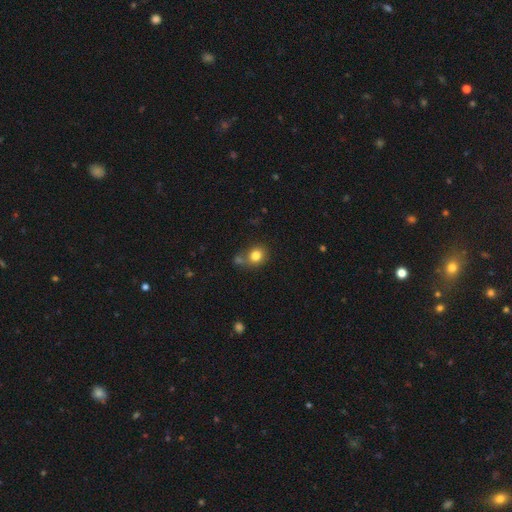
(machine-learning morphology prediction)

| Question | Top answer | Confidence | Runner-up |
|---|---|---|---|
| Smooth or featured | smooth | 81% | star or artifact (11%) |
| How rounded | round | 71% | in between (28%) |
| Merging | none | 57% | merger (20%) |